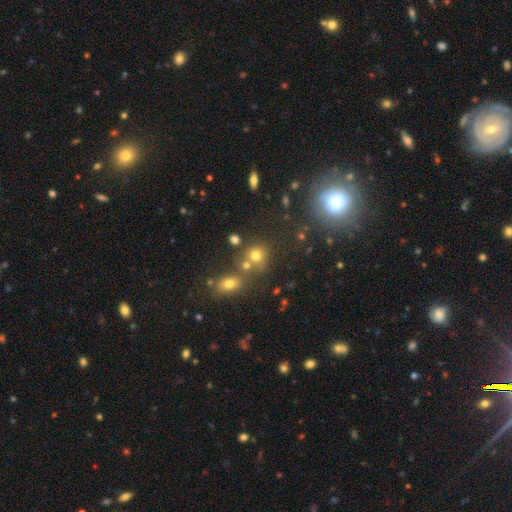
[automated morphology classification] smooth-or-featured: smooth: 66% | star or artifact: 23% | featured or disk: 11%
  how-rounded: round: 79% | in between: 20% | cigar-shaped: 1%
  merging: none: 61% | merger: 23% | minor disturbance: 11% | major disturbance: 5%